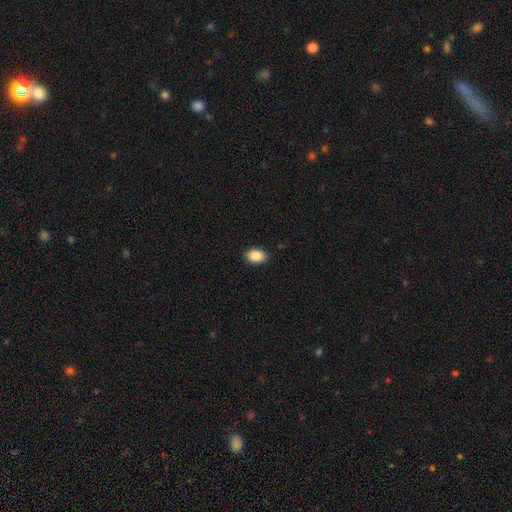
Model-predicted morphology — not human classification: Overall: smooth (88%). How rounded: in between (82%). Merging: none (88%).